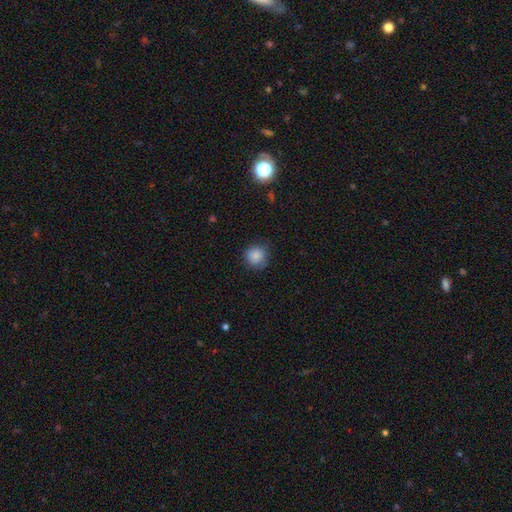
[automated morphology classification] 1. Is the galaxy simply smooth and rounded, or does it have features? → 85% smooth, 10% star or artifact, 5% featured or disk.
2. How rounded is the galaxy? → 92% round, 7% in between, 1% cigar-shaped.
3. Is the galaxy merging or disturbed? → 82% none, 14% minor disturbance, 3% major disturbance, 1% merger.